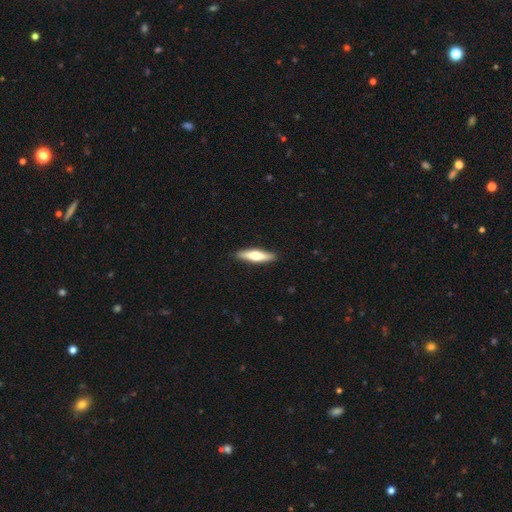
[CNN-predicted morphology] Smooth or featured: smooth — 55% (featured or disk — 40%)
How rounded: cigar-shaped — 76% (in between — 22%)
Merging: none — 90% (minor disturbance — 7%)